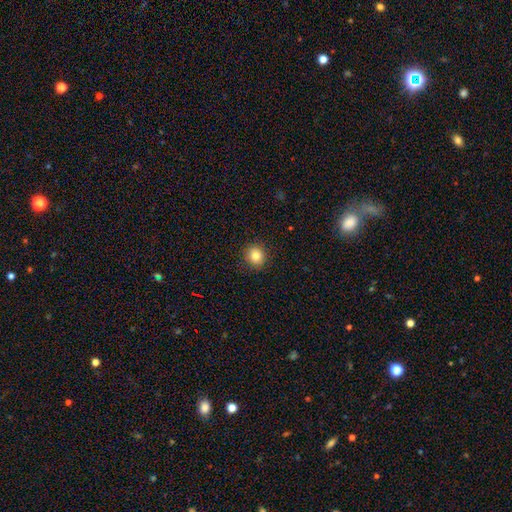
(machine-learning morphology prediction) A smooth galaxy with no disk features (82%) that is round (87%).

Vote fractions:
- Smooth or featured? smooth: 82% / star or artifact: 11% / featured or disk: 7%
- How rounded? round: 87% / in between: 12% / cigar-shaped: 1%
- Merging? none: 91% / minor disturbance: 6% / major disturbance: 2% / merger: 1%